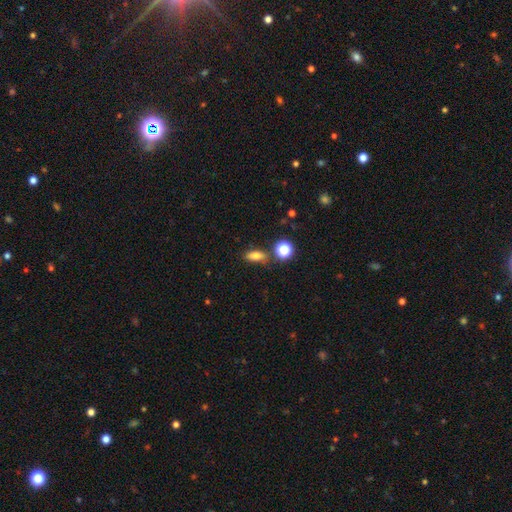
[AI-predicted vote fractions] Overall: smooth (75%). How rounded: in between (69%). Merging: none (77%).